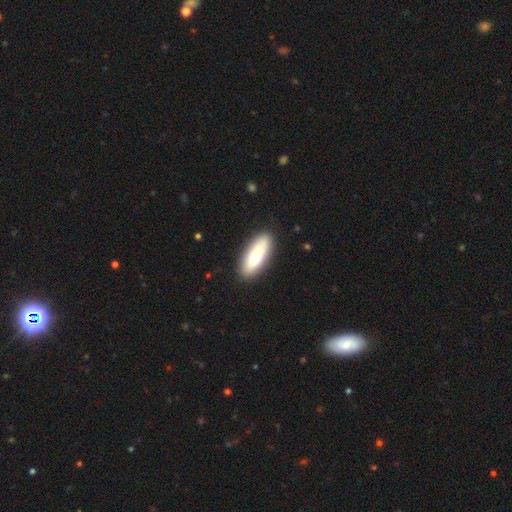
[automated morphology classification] Smooth or featured? Predicted: smooth (p=0.81). How rounded? Predicted: in between (p=0.68). Merging? Predicted: none (p=0.87).